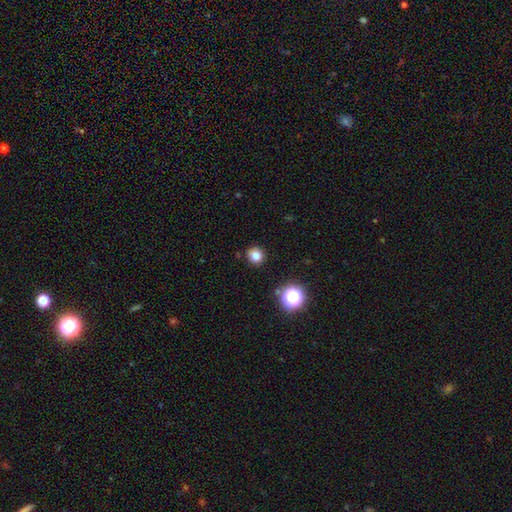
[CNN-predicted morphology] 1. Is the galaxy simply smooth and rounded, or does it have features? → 80% smooth, 15% star or artifact, 5% featured or disk.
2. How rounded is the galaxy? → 85% round, 14% in between, 1% cigar-shaped.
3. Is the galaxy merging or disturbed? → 89% none, 7% minor disturbance, 2% major disturbance, 2% merger.